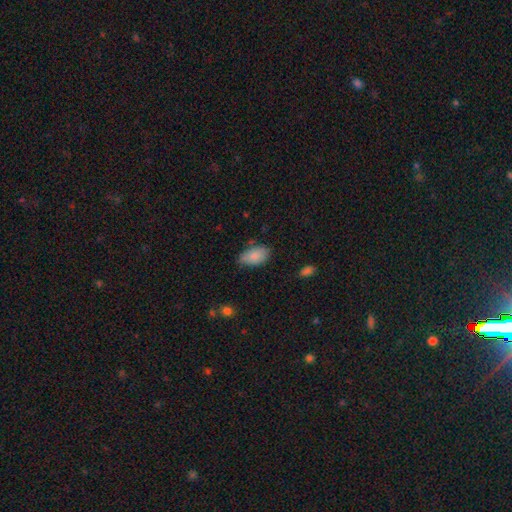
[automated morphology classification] Smooth or featured? Predicted: smooth (p=0.87). How rounded? Predicted: in between (p=0.93). Merging? Predicted: none (p=0.68).